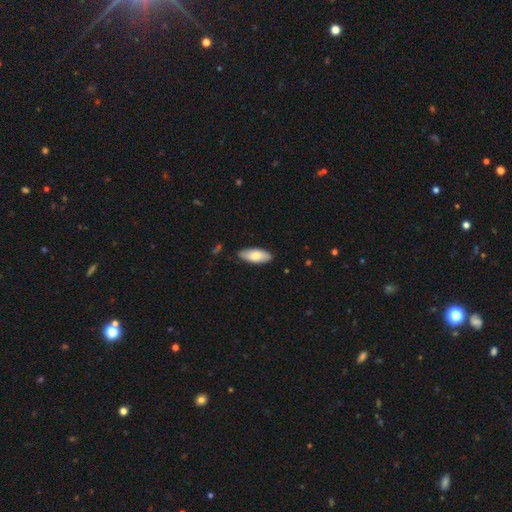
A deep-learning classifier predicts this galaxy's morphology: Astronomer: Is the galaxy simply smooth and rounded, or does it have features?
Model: smooth — 75%.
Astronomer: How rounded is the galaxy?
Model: in between — 84%.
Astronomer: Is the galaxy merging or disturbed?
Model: none — 87%.